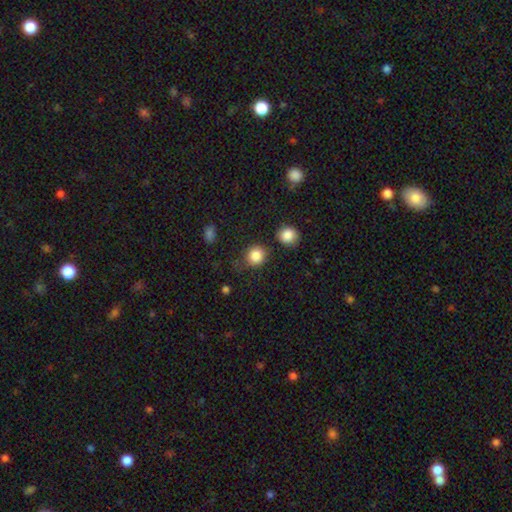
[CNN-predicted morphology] A smooth galaxy with no disk features (85%) that is round (85%). Merging: none (69%).